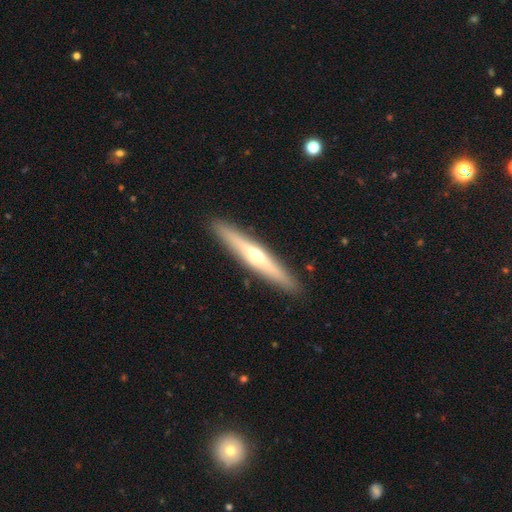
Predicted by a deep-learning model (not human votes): Smooth or featured?
  - featured or disk: 62% *
  - smooth: 33%
  - star or artifact: 5%
Edge-on disk?
  - yes: 95% *
  - no: 5%
Edge-on bulge?
  - rounded: 87% *
  - none: 10%
  - boxy: 3%
Merging?
  - none: 91% *
  - minor disturbance: 6%
  - major disturbance: 1%
  - merger: 1%